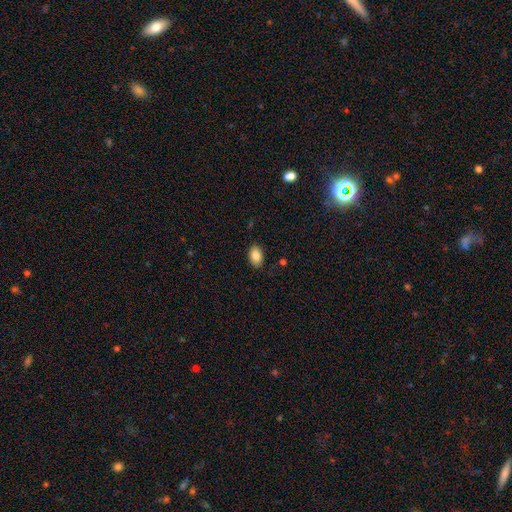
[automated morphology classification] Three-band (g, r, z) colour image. It shows a smooth galaxy with no disk features (85%) that is in between round and cigar-shaped (89%). Merging: none (85%).